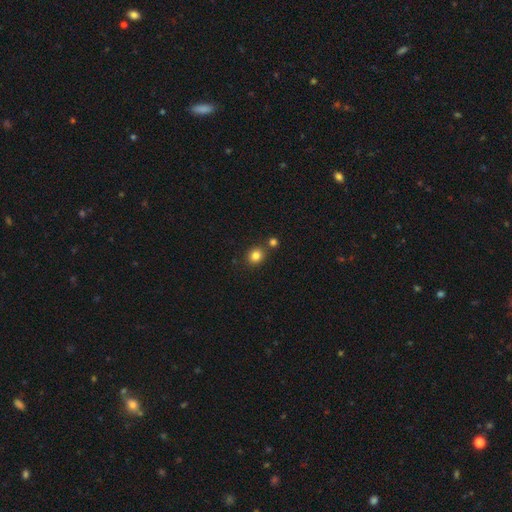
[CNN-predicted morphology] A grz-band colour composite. It shows a smooth galaxy with no disk features (82%) that is round (76%). Merging: none (76%).